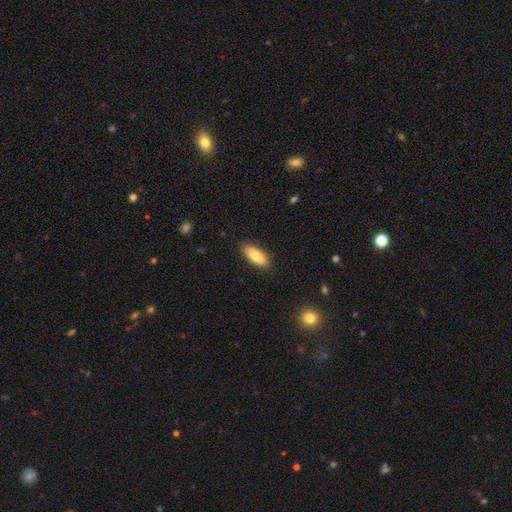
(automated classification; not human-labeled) smooth-or-featured: smooth: 80% | featured or disk: 14% | star or artifact: 6%
  how-rounded: in between: 79% | cigar-shaped: 18% | round: 2%
  merging: none: 86% | minor disturbance: 11% | major disturbance: 2% | merger: 1%